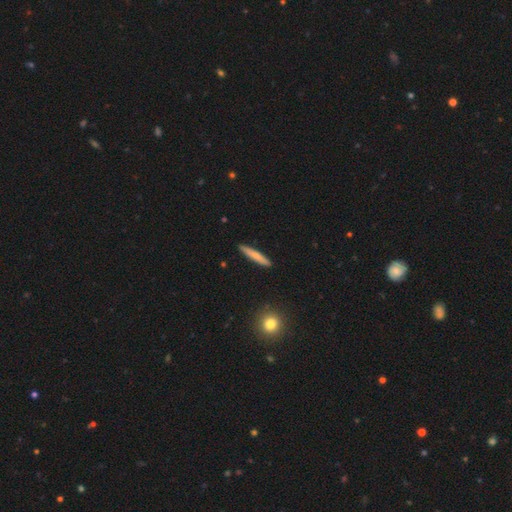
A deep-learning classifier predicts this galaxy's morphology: Smooth or featured: smooth — 72% (featured or disk — 22%)
How rounded: cigar-shaped — 94% (in between — 5%)
Merging: none — 91% (minor disturbance — 6%)